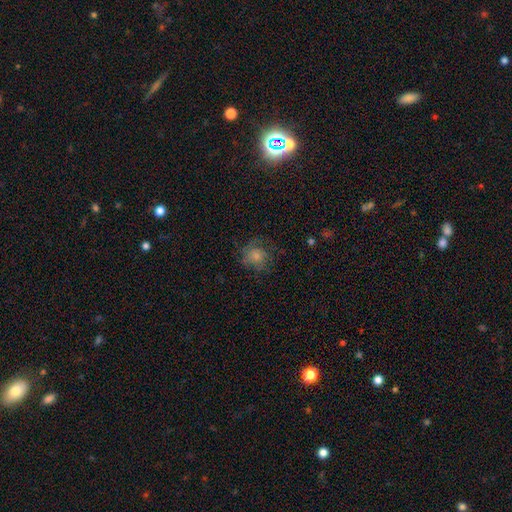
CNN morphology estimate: Smooth or featured: smooth — 69% (featured or disk — 20%)
How rounded: round — 86% (in between — 13%)
Merging: none — 62% (minor disturbance — 21%)